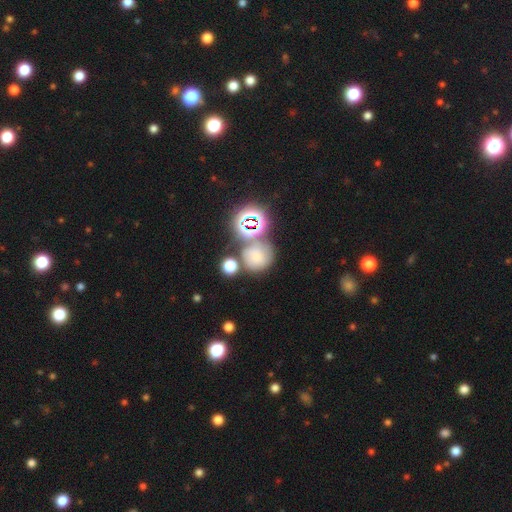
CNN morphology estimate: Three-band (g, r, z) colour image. It shows a smooth galaxy with no disk features (60%) that is round (87%). Merging: none (53%).